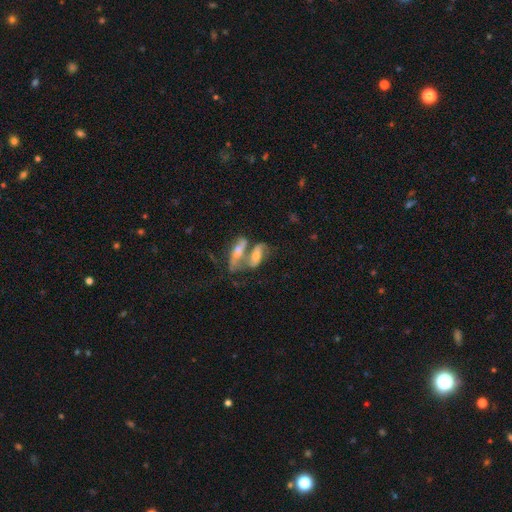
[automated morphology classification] Q: Smooth or featured?
A: featured or disk (59%); runner-up: smooth (31%)
Q: Edge-on disk?
A: no (81%); runner-up: yes (19%)
Q: Merging?
A: merger (62%); runner-up: none (20%)